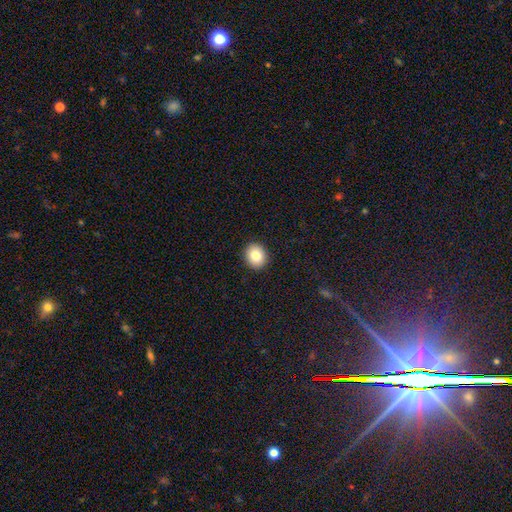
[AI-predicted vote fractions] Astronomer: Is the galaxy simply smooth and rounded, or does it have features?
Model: smooth — 82%.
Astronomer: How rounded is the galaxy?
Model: round — 72%.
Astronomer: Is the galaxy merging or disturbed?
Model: none — 92%.